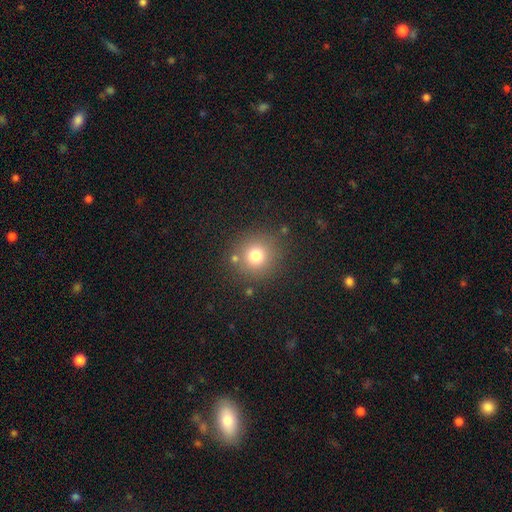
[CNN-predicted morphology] smooth 75%, star or artifact 15%, featured or disk 10%. Down the decision tree: how rounded — round (92%); merging — none (82%).